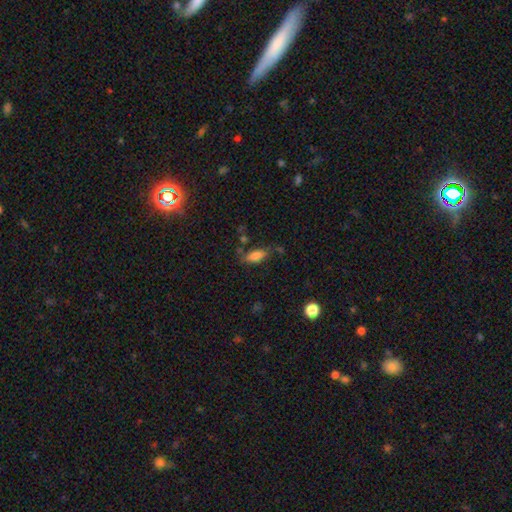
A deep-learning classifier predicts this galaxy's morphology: Smooth or featured? smooth (78%)
How rounded? in between (75%)
Merging? none (65%)